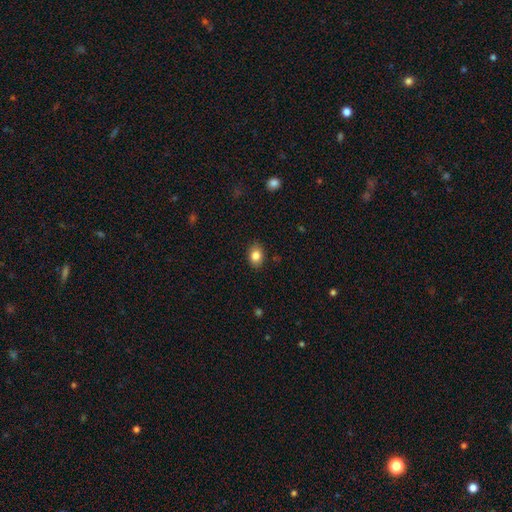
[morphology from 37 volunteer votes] This appears to be a smooth galaxy with no disk features (89%) that is round (48%, tied with in between). Merging: none (91%).